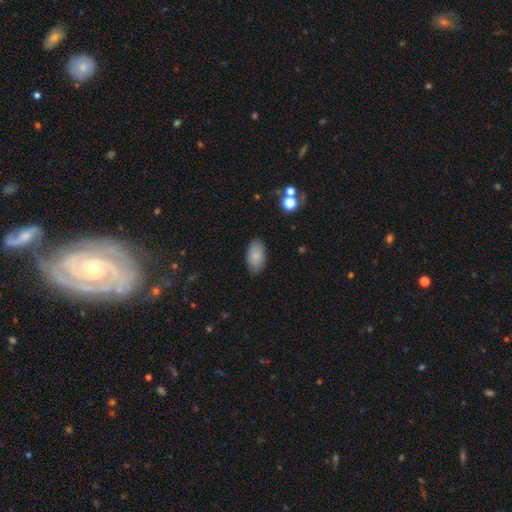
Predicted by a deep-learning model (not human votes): The model was most divided on "merging": none: 81%, minor disturbance: 15%, major disturbance: 3%, merger: 1%. More confident: how rounded — in between (94%); smooth or featured — smooth (85%).